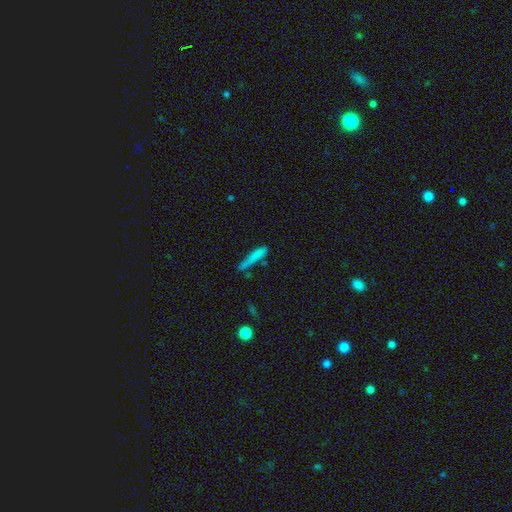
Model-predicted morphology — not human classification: Smooth or featured? Predicted: smooth (p=0.76). How rounded? Predicted: cigar-shaped (p=0.90). Merging? Predicted: none (p=0.59).